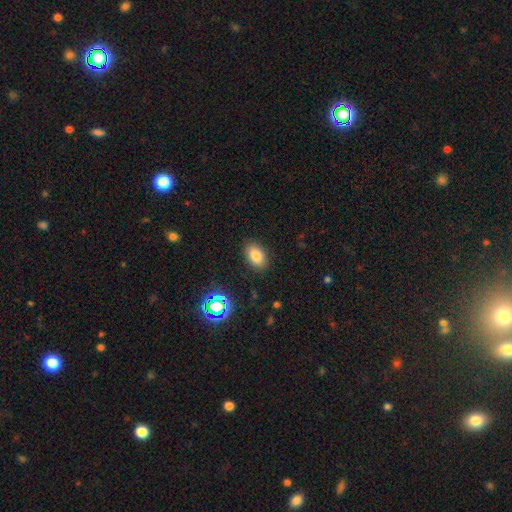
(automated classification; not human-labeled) Smooth or featured: smooth — 81% (star or artifact — 12%)
How rounded: in between — 88% (round — 10%)
Merging: none — 87% (minor disturbance — 9%)